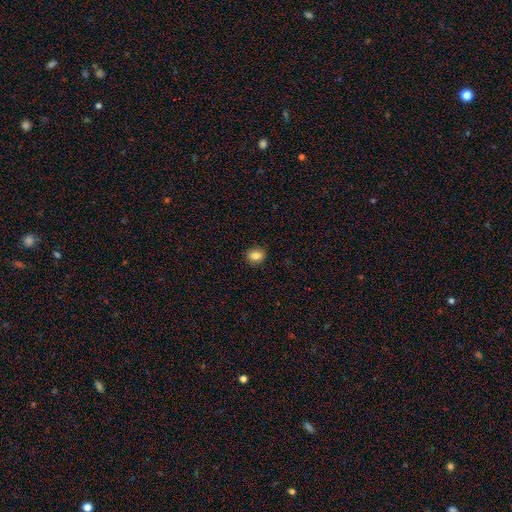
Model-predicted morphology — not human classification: smooth_or_featured: smooth (p=0.84) [alt: star or artifact p=0.10]
how_rounded: round (p=0.51) [alt: in between p=0.48]
merging: none (p=0.88) [alt: minor disturbance p=0.09]